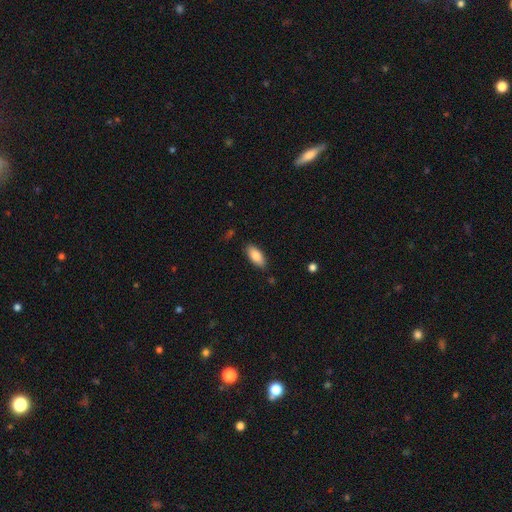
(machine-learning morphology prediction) Smooth or featured?
  - smooth: 83% *
  - featured or disk: 11%
  - star or artifact: 6%
How rounded?
  - in between: 86% *
  - cigar-shaped: 12%
  - round: 2%
Merging?
  - none: 85% *
  - minor disturbance: 12%
  - major disturbance: 2%
  - merger: 2%